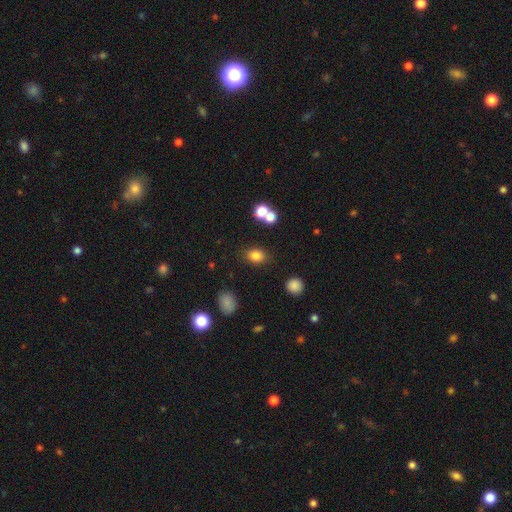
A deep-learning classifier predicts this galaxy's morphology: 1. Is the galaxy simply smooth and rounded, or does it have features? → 81% smooth, 13% star or artifact, 6% featured or disk.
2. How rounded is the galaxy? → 67% in between, 31% round, 1% cigar-shaped.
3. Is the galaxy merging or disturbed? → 79% none, 11% minor disturbance, 6% merger, 4% major disturbance.